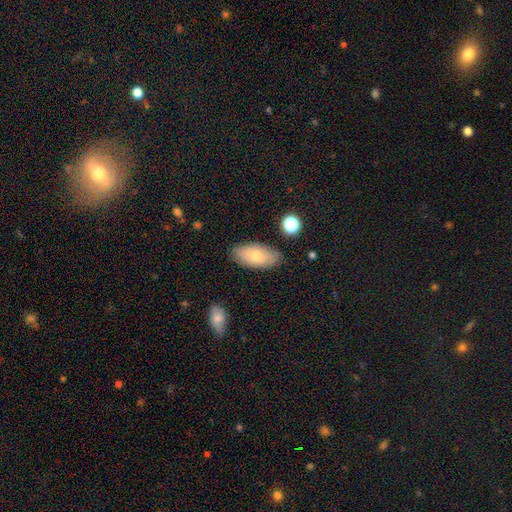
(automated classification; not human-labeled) smooth-or-featured: smooth: 73% | featured or disk: 20% | star or artifact: 7%
  how-rounded: in between: 92% | cigar-shaped: 5% | round: 3%
  merging: none: 83% | minor disturbance: 13% | major disturbance: 3% | merger: 2%